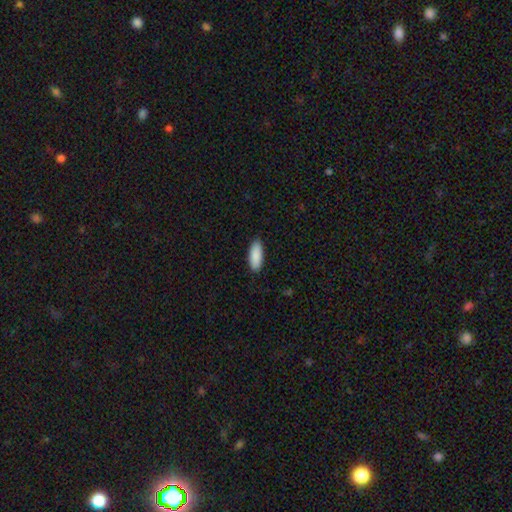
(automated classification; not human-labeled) smooth-or-featured: smooth: 90% | star or artifact: 6% | featured or disk: 4%
  how-rounded: in between: 78% | cigar-shaped: 21% | round: 2%
  merging: none: 88% | minor disturbance: 10% | major disturbance: 2% | merger: 1%